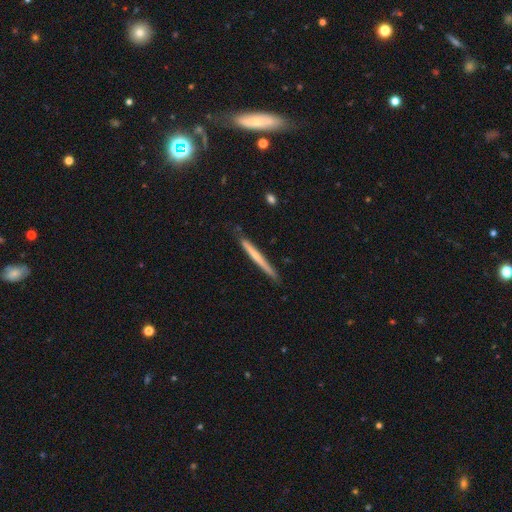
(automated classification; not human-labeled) Morphology: type=featured or disk (47%, tied with smooth); merging=none (82%).